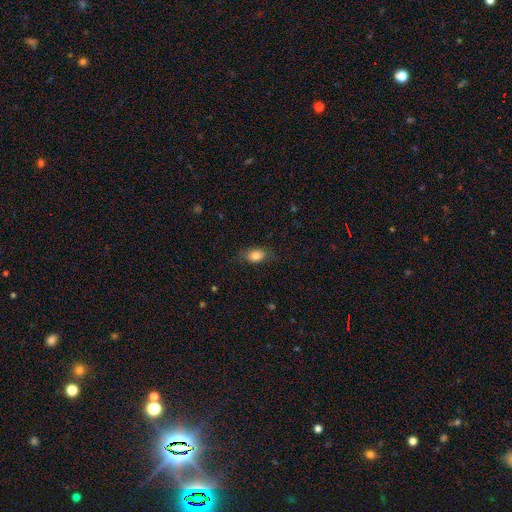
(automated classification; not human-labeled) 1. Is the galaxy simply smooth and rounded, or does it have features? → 83% smooth, 9% featured or disk, 8% star or artifact.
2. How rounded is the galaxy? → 84% in between, 13% round, 3% cigar-shaped.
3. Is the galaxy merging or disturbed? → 79% none, 16% minor disturbance, 4% major disturbance, 1% merger.